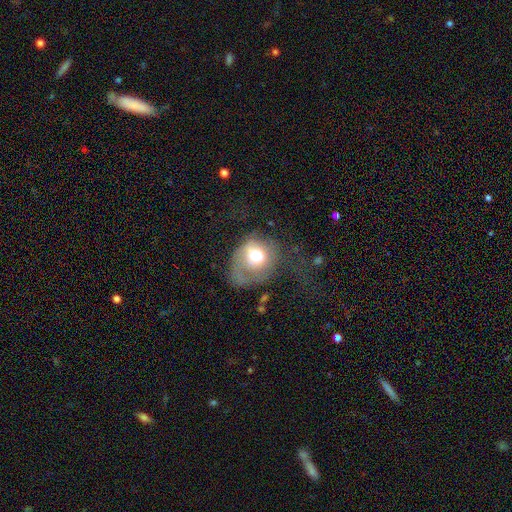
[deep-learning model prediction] Overall: smooth (59%; featured or disk 32%). How rounded: round (58%; in between 41%). Merging: major disturbance (50%; none 24%).